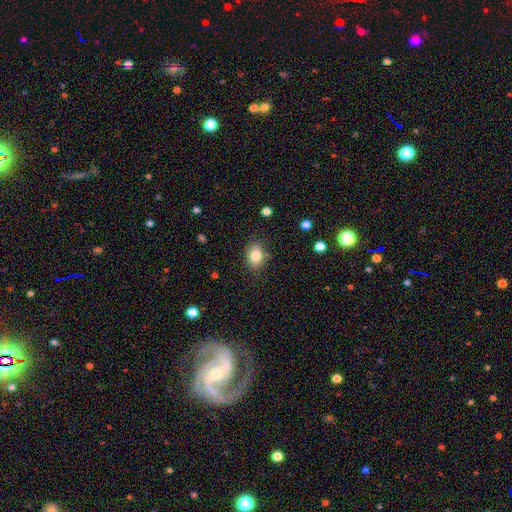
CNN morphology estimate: Smooth or featured?
  - smooth: 81% *
  - featured or disk: 10%
  - star or artifact: 9%
How rounded?
  - in between: 78% *
  - round: 20%
  - cigar-shaped: 2%
Merging?
  - none: 82% *
  - minor disturbance: 13%
  - major disturbance: 3%
  - merger: 2%